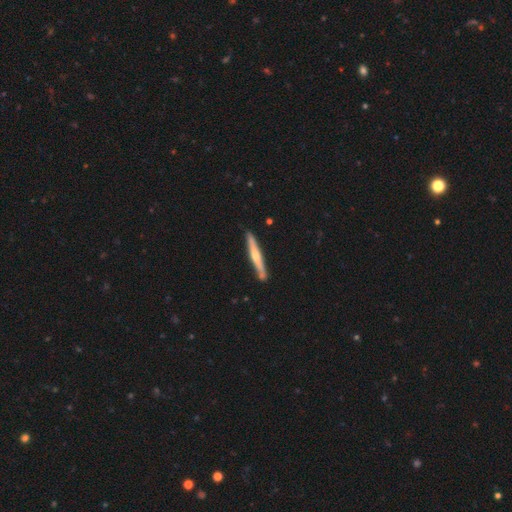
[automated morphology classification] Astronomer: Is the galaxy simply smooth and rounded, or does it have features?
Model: featured or disk — 58% (runner-up: smooth, 37%).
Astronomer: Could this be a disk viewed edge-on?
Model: yes — 96%.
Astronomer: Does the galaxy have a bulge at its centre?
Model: rounded — 74%.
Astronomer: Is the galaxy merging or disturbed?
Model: none — 84%.